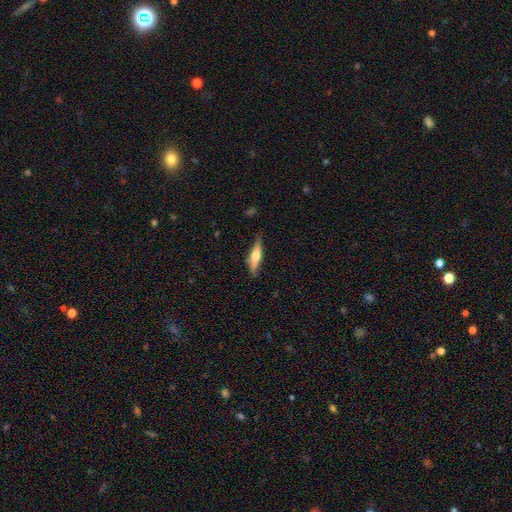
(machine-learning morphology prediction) Smooth or featured? Predicted: smooth (p=0.49). Merging? Predicted: none (p=0.75).